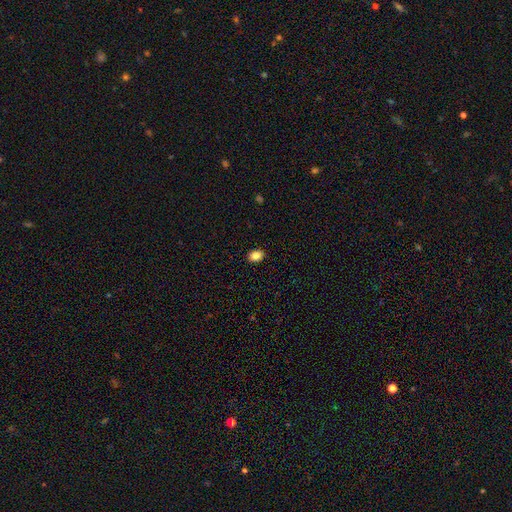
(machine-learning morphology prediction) type=smooth (84%); roundness=in between (72%); merging=none (90%).